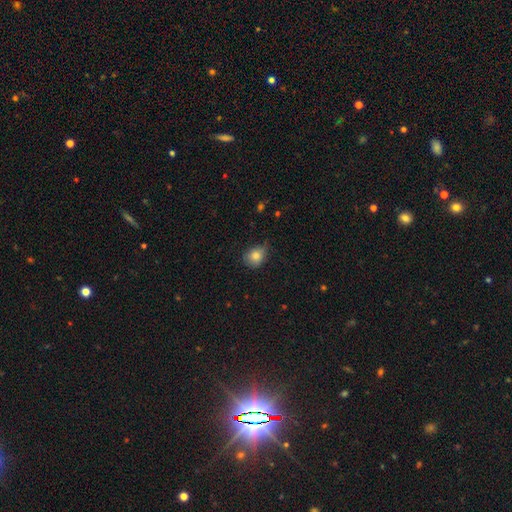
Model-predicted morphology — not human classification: This is clearly a smooth galaxy (82%). How rounded: likely round (64%). Merging: possibly none (58%).